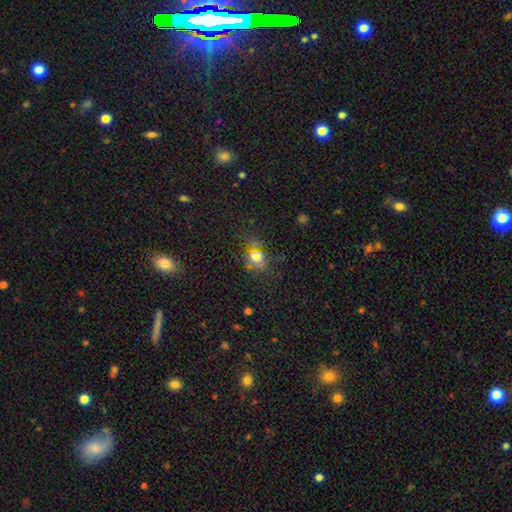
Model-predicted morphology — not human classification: Smooth or featured? Predicted: smooth (p=0.64). How rounded? Predicted: in between (p=0.50). Merging? Predicted: none (p=0.59).